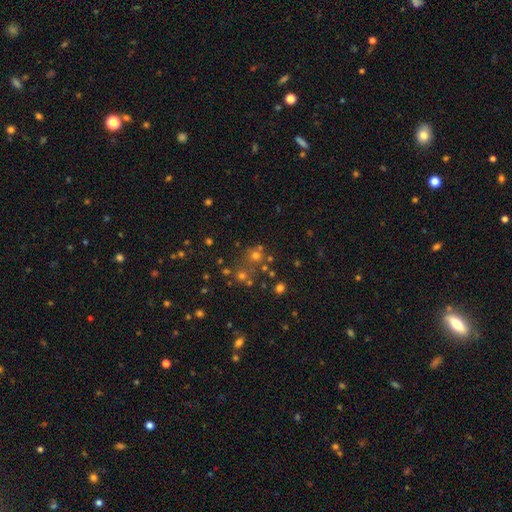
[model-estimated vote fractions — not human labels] A smooth galaxy with no disk features (52%) that is round (88%). Merging: none (64%).